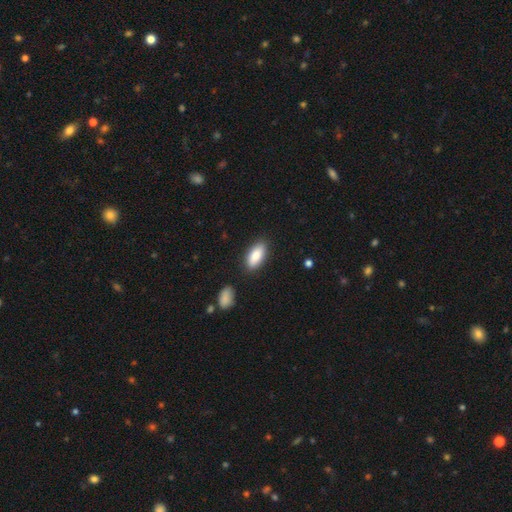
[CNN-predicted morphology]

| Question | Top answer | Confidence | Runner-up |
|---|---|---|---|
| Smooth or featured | smooth | 85% | featured or disk (9%) |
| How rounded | in between | 86% | cigar-shaped (11%) |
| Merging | none | 85% | minor disturbance (10%) |